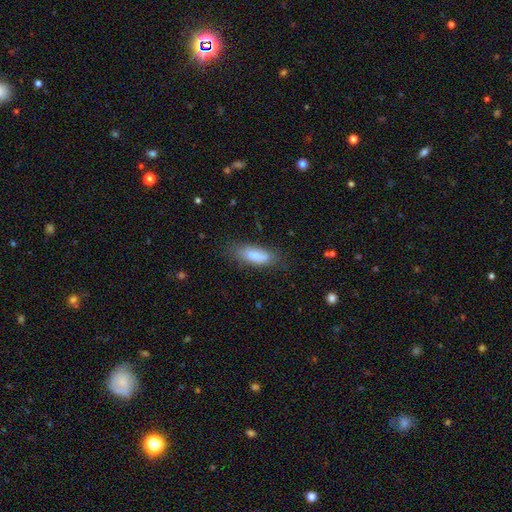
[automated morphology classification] A smooth galaxy with no disk features (84%) that is in between round and cigar-shaped (75%).

Vote fractions:
- Smooth or featured? smooth: 84% / featured or disk: 9% / star or artifact: 7%
- How rounded? in between: 75% / cigar-shaped: 23% / round: 2%
- Merging? none: 74% / minor disturbance: 19% / major disturbance: 5% / merger: 2%